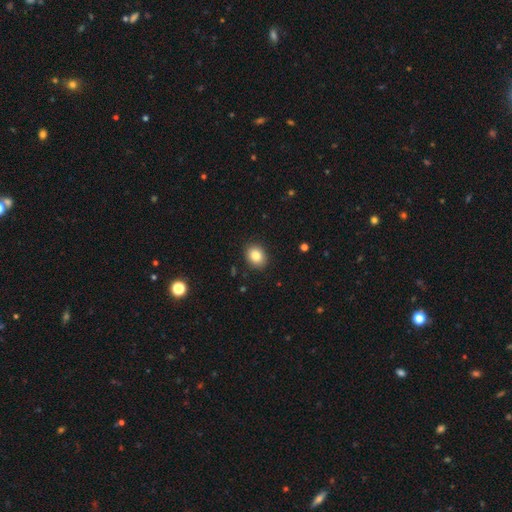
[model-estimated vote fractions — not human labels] smooth 84%, star or artifact 9%, featured or disk 7%. Down the decision tree: how rounded — round (50%); merging — none (89%).